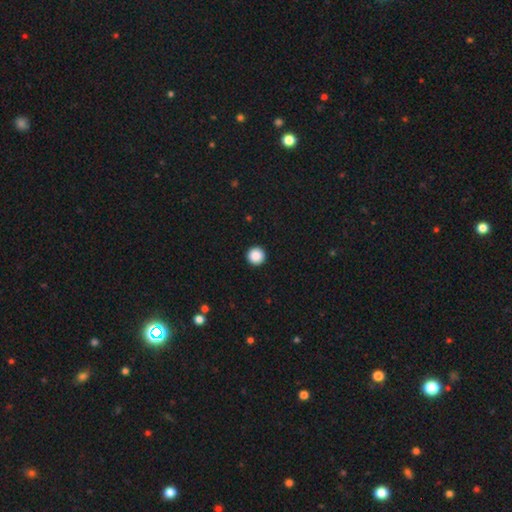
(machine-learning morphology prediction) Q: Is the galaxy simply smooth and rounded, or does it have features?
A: smooth — 89%.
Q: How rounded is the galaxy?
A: round — 97%.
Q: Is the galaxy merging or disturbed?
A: none — 94%.